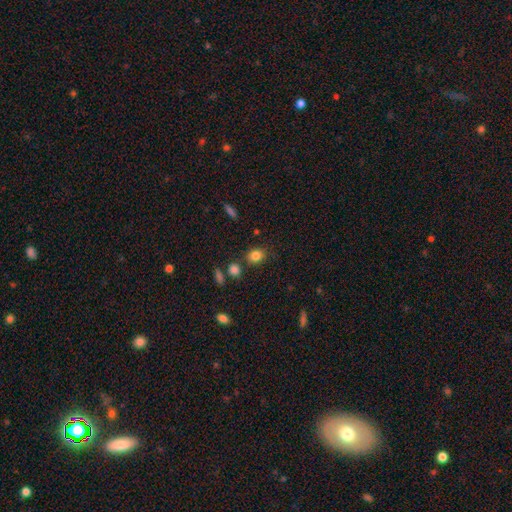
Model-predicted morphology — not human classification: This is clearly a smooth galaxy (84%). How rounded: possibly round (50%). Merging: likely none (78%).